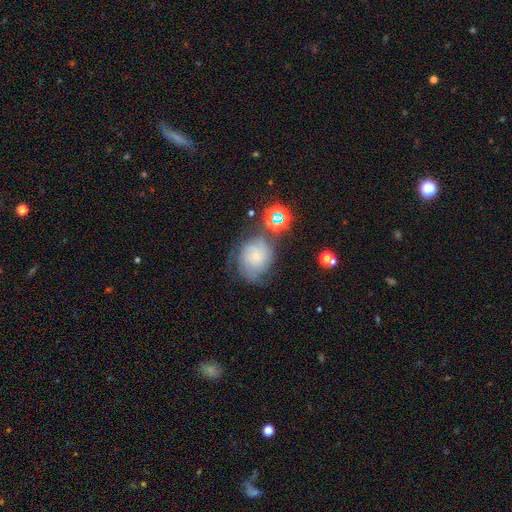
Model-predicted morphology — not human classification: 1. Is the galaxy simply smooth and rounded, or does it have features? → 60% featured or disk, 25% smooth, 15% star or artifact.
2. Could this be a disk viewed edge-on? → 97% no, 3% yes.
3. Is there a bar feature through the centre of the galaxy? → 77% no, 20% weak, 3% strong.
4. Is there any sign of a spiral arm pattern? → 89% yes, 11% no.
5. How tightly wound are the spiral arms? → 57% tight, 32% medium, 10% loose.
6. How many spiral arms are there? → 39% can't tell, 22% 3, 18% 2, 11% 4, 5% more than 4, 5% 1.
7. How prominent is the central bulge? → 71% small, 16% moderate, 9% none, 2% large, 2% dominant.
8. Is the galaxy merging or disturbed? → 56% none, 23% minor disturbance, 13% major disturbance, 8% merger.